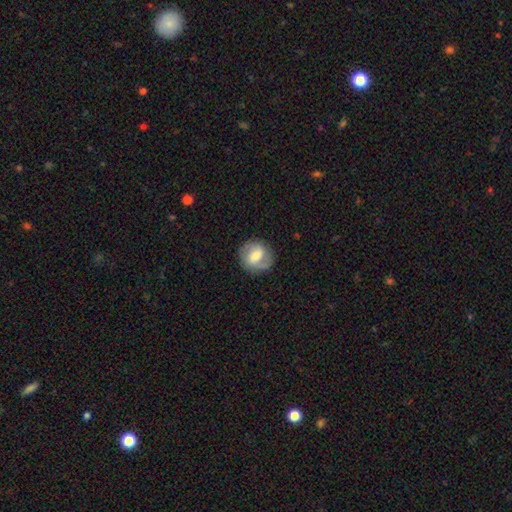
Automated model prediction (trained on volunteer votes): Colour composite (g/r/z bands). It shows a featured or disk galaxy (54%) with a weak bar (52%), spiral arms (81%) and a moderate central bulge (61%). Merging: none (83%).